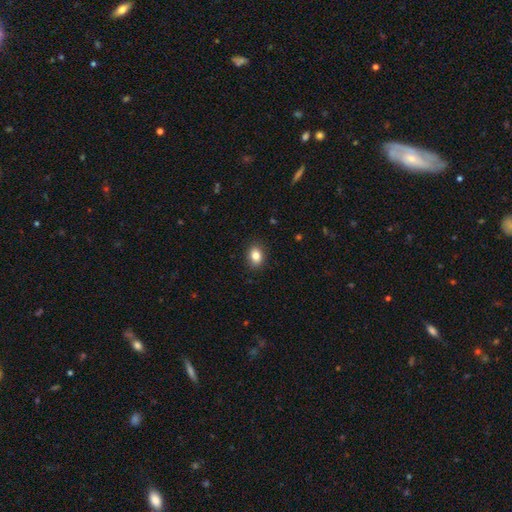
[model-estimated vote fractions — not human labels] A smooth galaxy with no disk features (84%) that is in between round and cigar-shaped (62%).

Vote fractions:
- Smooth or featured? smooth: 84% / star or artifact: 10% / featured or disk: 6%
- How rounded? in between: 62% / round: 37% / cigar-shaped: 1%
- Merging? none: 88% / minor disturbance: 9% / major disturbance: 2% / merger: 1%